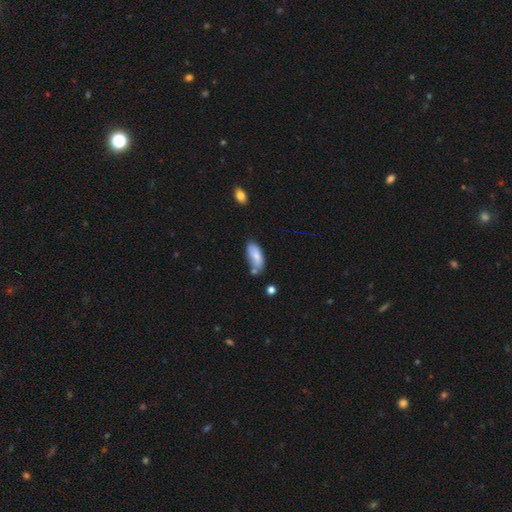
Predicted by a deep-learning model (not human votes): This appears to be a smooth galaxy with no disk features (78%) that is in between round and cigar-shaped (85%). Merging: none (52%).